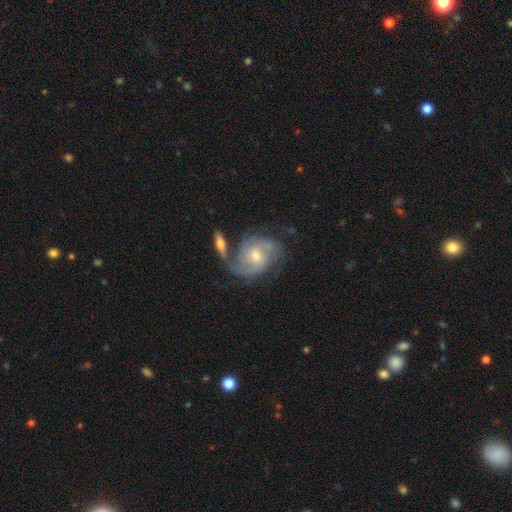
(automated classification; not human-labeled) Smooth or featured?
  - featured or disk: 82% *
  - smooth: 13%
  - star or artifact: 6%
Edge-on disk?
  - no: 97% *
  - yes: 3%
Bar?
  - no: 59% *
  - weak: 35%
  - strong: 6%
Spiral arms?
  - yes: 94% *
  - no: 6%
Spiral winding?
  - medium: 44% *
  - tight: 35%
  - loose: 21%
Spiral arm count?
  - 2: 50% *
  - can't tell: 19%
  - 3: 17%
  - 1: 7%
  - 4: 4%
  - more than 4: 3%
Bulge size?
  - small: 50% *
  - moderate: 45%
  - large: 2%
  - none: 2%
  - dominant: 1%
Merging?
  - none: 49% *
  - merger: 19%
  - minor disturbance: 18%
  - major disturbance: 14%